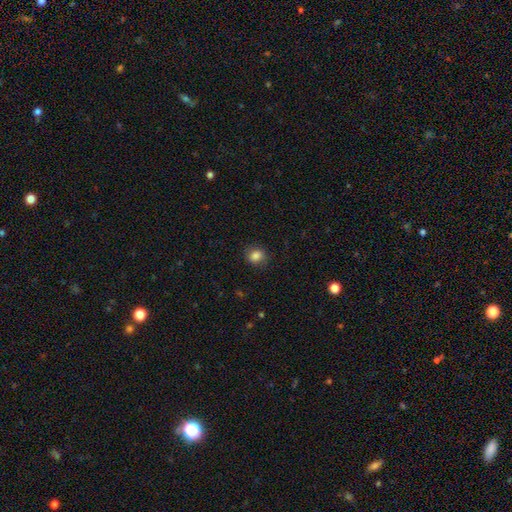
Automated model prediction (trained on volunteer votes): The model was most divided on "how rounded": round: 68%, in between: 31%, cigar-shaped: 1%. More confident: smooth or featured — smooth (85%); merging — none (85%).